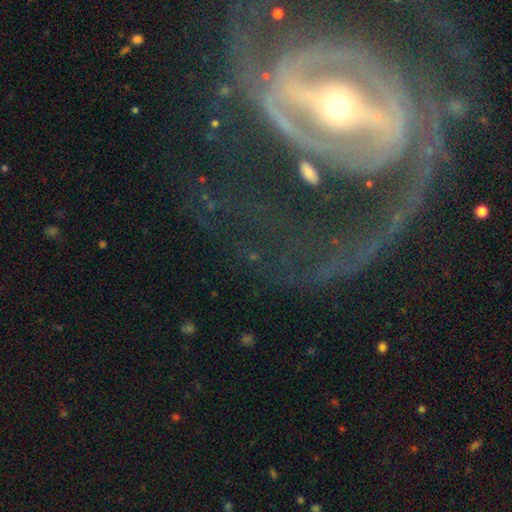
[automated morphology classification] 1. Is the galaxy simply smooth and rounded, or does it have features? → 82% featured or disk, 10% star or artifact, 8% smooth.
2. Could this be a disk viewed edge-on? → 92% no, 8% yes.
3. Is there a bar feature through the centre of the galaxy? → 62% strong, 22% weak, 17% no.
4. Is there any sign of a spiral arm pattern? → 86% yes, 14% no.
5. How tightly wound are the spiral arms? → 41% medium, 34% tight, 25% loose.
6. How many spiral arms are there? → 65% 2, 13% can't tell, 7% 1, 6% 3, 4% 4, 4% more than 4.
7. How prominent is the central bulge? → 46% small, 44% moderate, 5% large, 2% dominant, 2% none.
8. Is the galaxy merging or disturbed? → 53% none, 28% major disturbance, 14% minor disturbance, 5% merger.